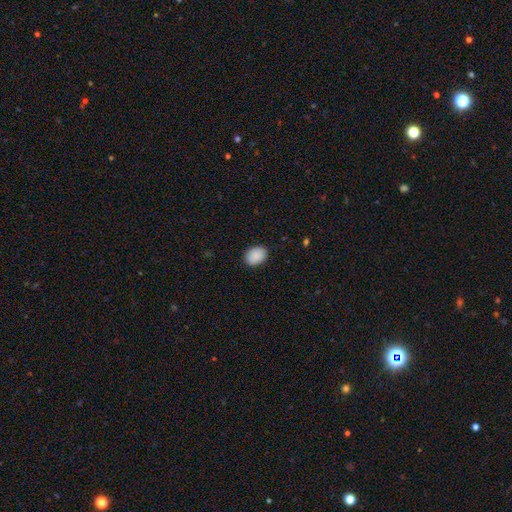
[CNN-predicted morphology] Overall: smooth (90%). How rounded: in between (71%). Merging: none (88%).